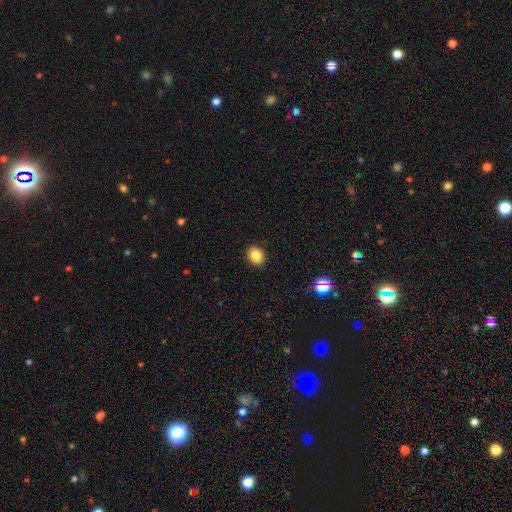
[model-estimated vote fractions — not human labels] Q: Smooth or featured?
A: smooth (84%); runner-up: star or artifact (11%)
Q: How rounded?
A: round (57%); runner-up: in between (42%)
Q: Merging?
A: none (90%); runner-up: minor disturbance (7%)